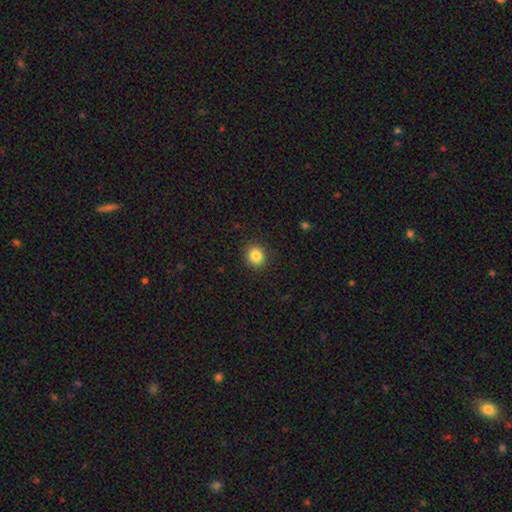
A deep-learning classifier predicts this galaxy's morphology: Q: Smooth or featured?
A: smooth (85%); runner-up: star or artifact (10%)
Q: How rounded?
A: round (83%); runner-up: in between (16%)
Q: Merging?
A: none (90%); runner-up: minor disturbance (7%)